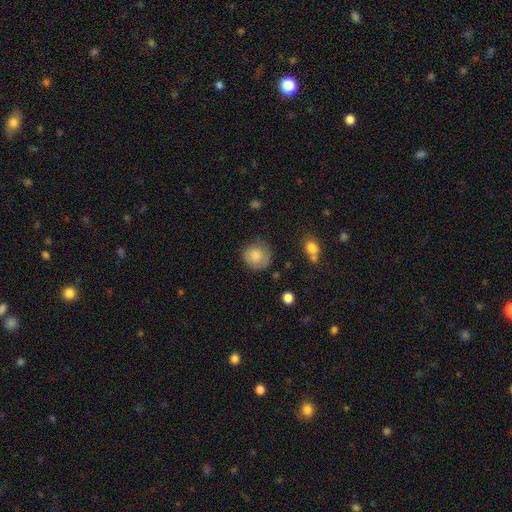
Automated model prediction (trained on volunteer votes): A smooth galaxy with no disk features (78%) that is round (85%).

Vote fractions:
- Smooth or featured? smooth: 78% / featured or disk: 14% / star or artifact: 8%
- How rounded? round: 85% / in between: 14% / cigar-shaped: 1%
- Merging? none: 66% / minor disturbance: 23% / major disturbance: 9% / merger: 2%